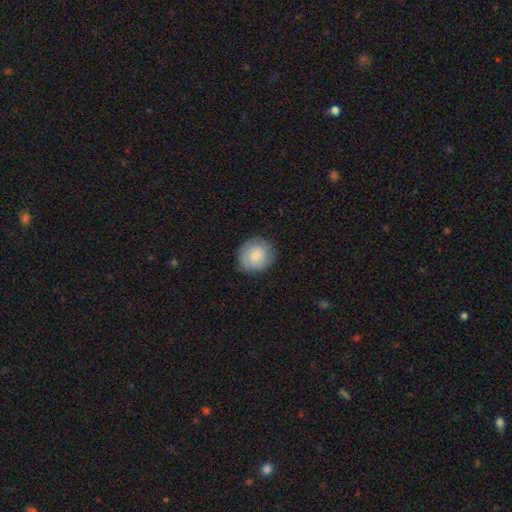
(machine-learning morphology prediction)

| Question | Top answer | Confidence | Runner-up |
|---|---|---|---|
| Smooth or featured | smooth | 78% | featured or disk (15%) |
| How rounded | round | 85% | in between (14%) |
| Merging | none | 83% | minor disturbance (13%) |